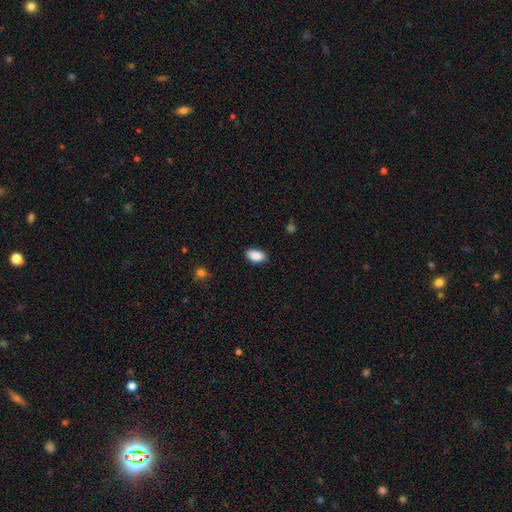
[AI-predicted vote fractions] This is clearly a smooth galaxy (89%). How rounded: clearly in between (92%). Merging: clearly none (85%).